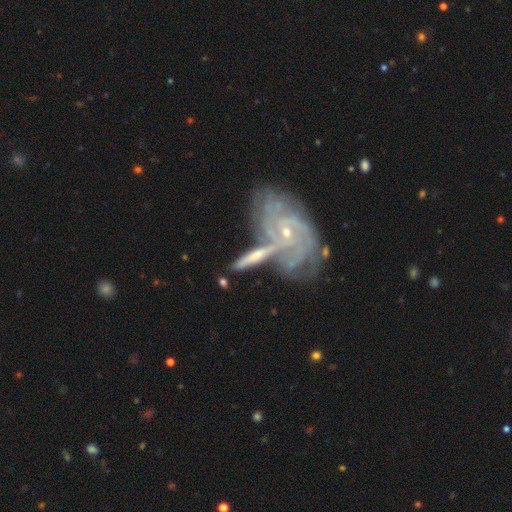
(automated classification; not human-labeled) Smooth or featured: featured or disk — 71% (smooth — 23%)
Edge-on disk: no — 67% (yes — 33%)
Merging: none — 40% (merger — 35%)